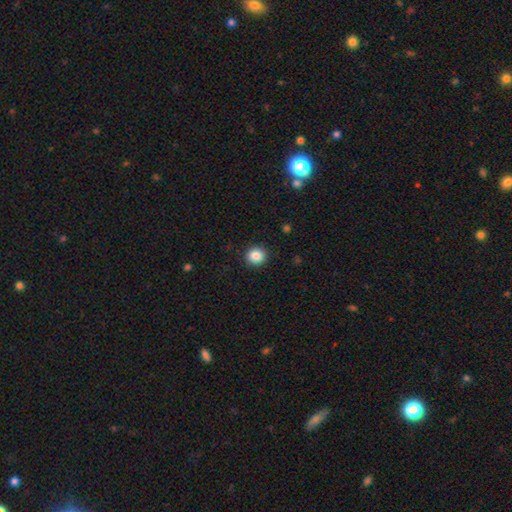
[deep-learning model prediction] Smooth or featured? Predicted: smooth (p=0.87). How rounded? Predicted: round (p=0.87). Merging? Predicted: none (p=0.91).